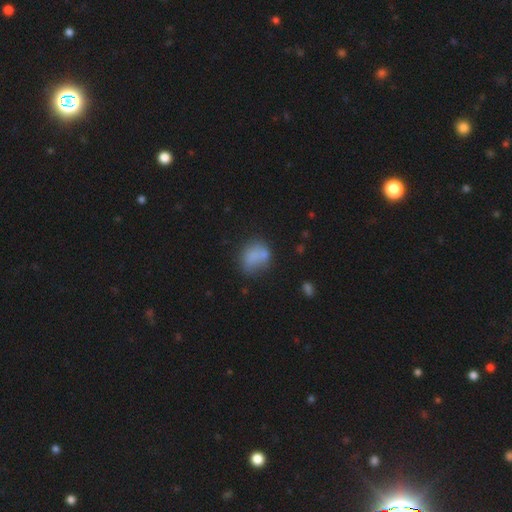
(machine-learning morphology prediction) This is likely a smooth galaxy (75%). How rounded: possibly in between (53%). Merging: possibly none (47%).